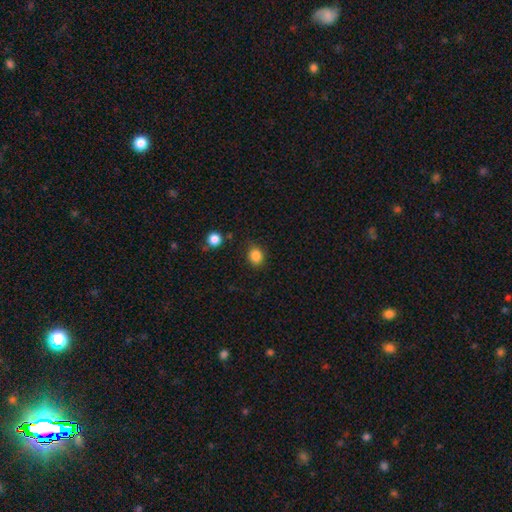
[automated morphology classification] smooth_or_featured: smooth (p=0.85) [alt: star or artifact p=0.11]
how_rounded: round (p=0.71) [alt: in between p=0.28]
merging: none (p=0.81) [alt: minor disturbance p=0.13]